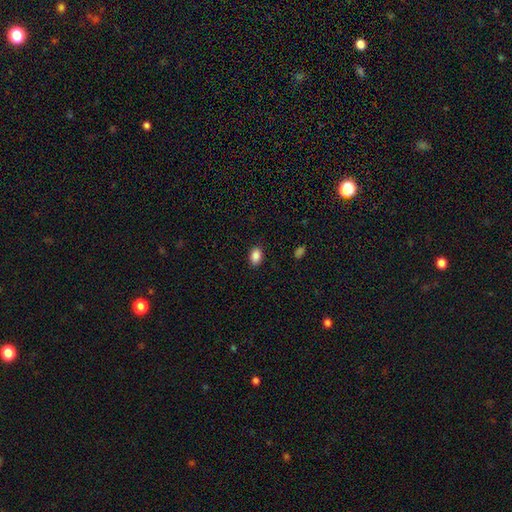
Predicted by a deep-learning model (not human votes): Morphology: type=smooth (88%); roundness=in between (82%); merging=none (88%).